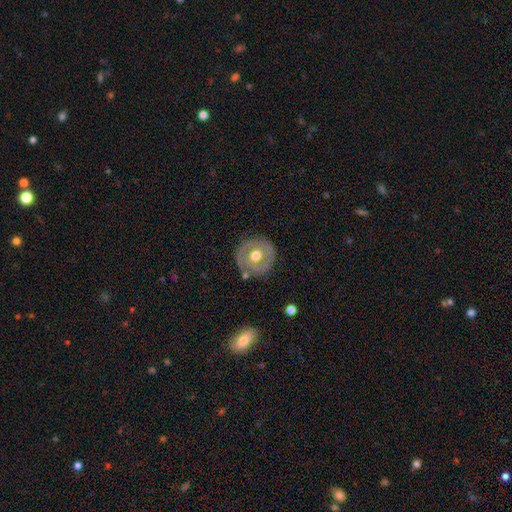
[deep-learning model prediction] Smooth or featured?
  - featured or disk: 57% *
  - smooth: 37%
  - star or artifact: 6%
Edge-on disk?
  - no: 96% *
  - yes: 4%
Bar?
  - no: 73% *
  - weak: 21%
  - strong: 6%
Spiral arms?
  - no: 61% *
  - yes: 39%
Bulge size?
  - moderate: 81% *
  - large: 9%
  - small: 8%
  - dominant: 1%
  - none: 1%
Merging?
  - none: 81% *
  - minor disturbance: 12%
  - major disturbance: 4%
  - merger: 3%